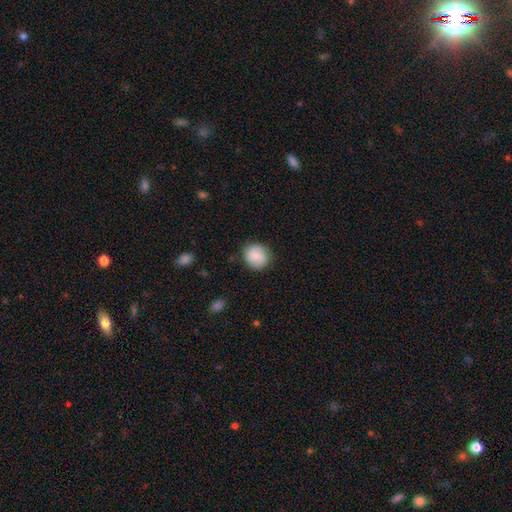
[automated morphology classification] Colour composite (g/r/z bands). It shows a smooth galaxy with no disk features (78%) that is round (86%). Merging: none (83%).